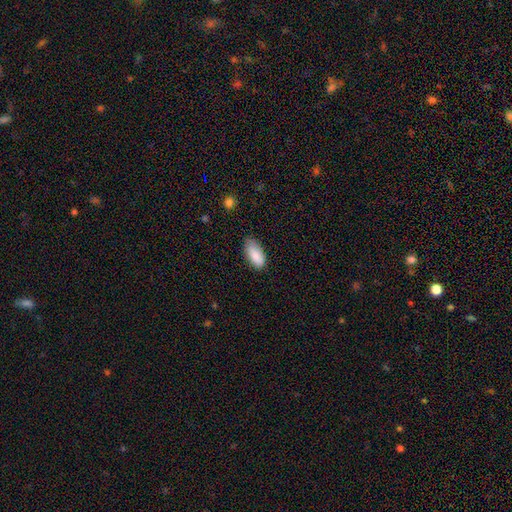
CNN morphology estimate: Overall: smooth (86%). How rounded: in between (91%). Merging: none (69%).